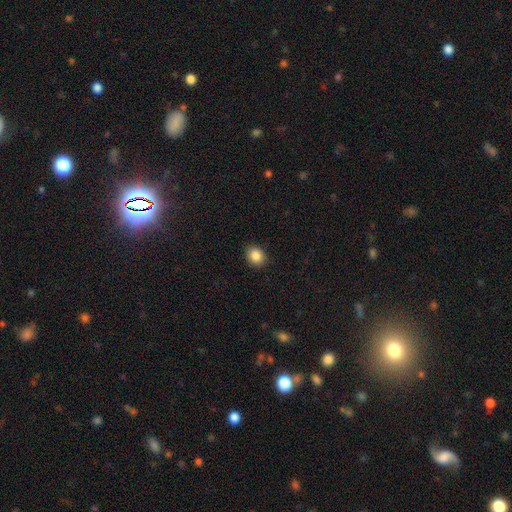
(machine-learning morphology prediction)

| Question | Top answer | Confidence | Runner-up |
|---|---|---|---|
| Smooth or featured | smooth | 86% | star or artifact (9%) |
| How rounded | round | 64% | in between (35%) |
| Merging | none | 90% | minor disturbance (7%) |